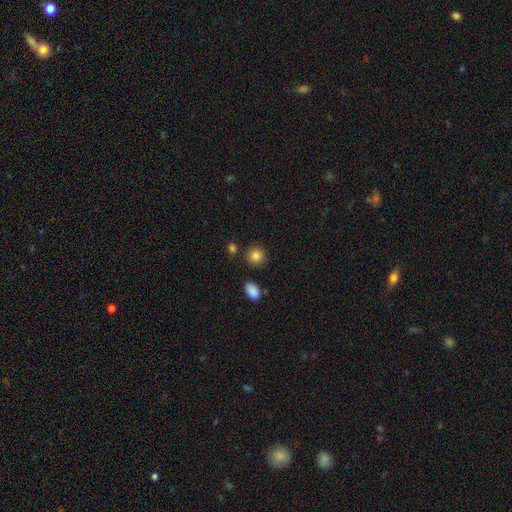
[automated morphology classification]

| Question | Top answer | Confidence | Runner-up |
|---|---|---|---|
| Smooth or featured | smooth | 86% | star or artifact (10%) |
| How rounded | round | 88% | in between (11%) |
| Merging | none | 86% | minor disturbance (8%) |